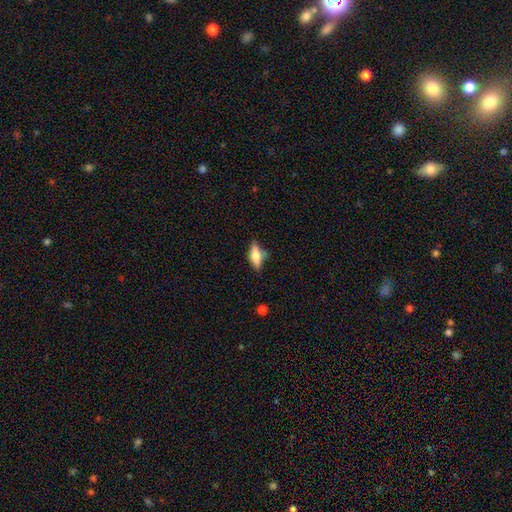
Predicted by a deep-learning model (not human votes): smooth 61%, featured or disk 31%, star or artifact 8%. Down the decision tree: how rounded — in between (65%); merging — none (67%).